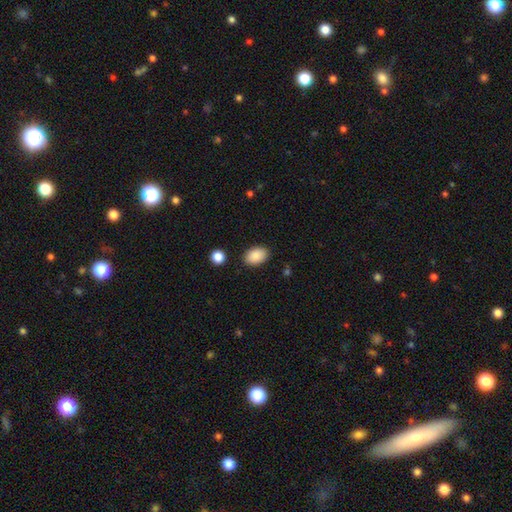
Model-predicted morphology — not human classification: This appears to be a smooth galaxy with no disk features (87%) that is in between round and cigar-shaped (87%). Merging: none (87%).